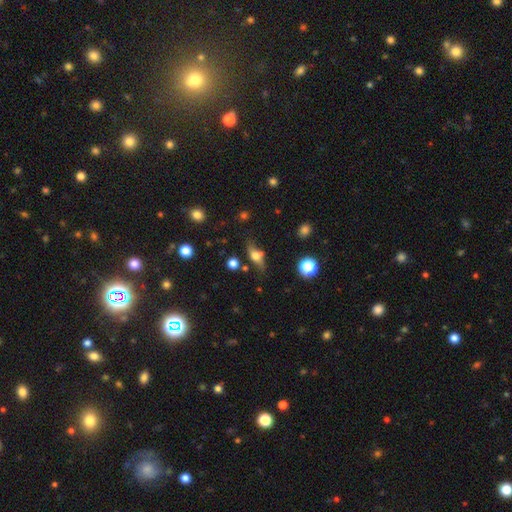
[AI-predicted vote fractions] Smooth or featured? Predicted: smooth (p=0.47). Merging? Predicted: none (p=0.61).